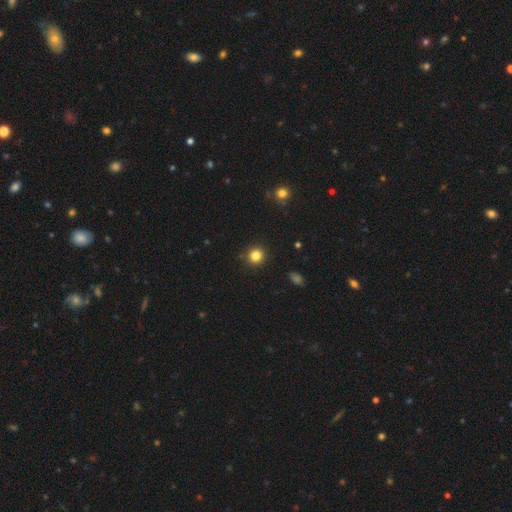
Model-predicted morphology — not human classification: A smooth galaxy with no disk features (83%) that is round (92%).

Vote fractions:
- Smooth or featured? smooth: 83% / star or artifact: 12% / featured or disk: 5%
- How rounded? round: 92% / in between: 7% / cigar-shaped: 1%
- Merging? none: 92% / minor disturbance: 6% / major disturbance: 2% / merger: 1%